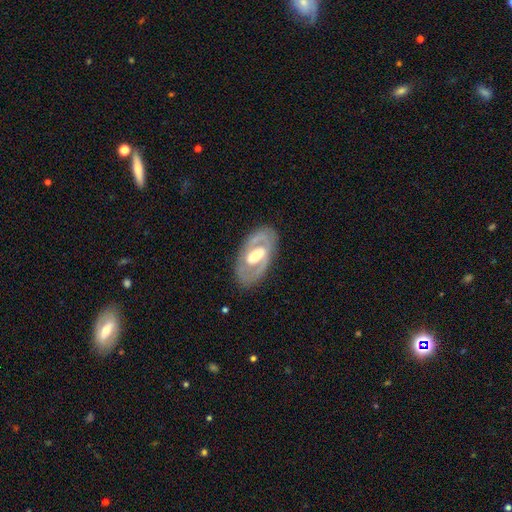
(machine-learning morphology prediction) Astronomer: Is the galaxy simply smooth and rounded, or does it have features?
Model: featured or disk — 71%.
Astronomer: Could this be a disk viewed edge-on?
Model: no — 92%.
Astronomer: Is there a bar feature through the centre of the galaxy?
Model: weak — 39% (runner-up: strong, 32%).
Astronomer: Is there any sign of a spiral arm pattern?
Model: no — 52% (runner-up: yes, 48%).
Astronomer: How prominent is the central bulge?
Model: moderate — 52% (runner-up: large, 33%).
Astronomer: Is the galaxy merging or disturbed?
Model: none — 80%.